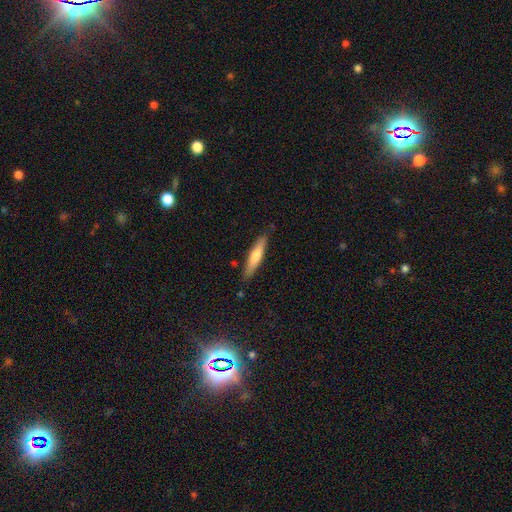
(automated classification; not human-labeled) smooth 65%, featured or disk 29%, star or artifact 6%. Down the decision tree: how rounded — cigar-shaped (86%); merging — none (83%).